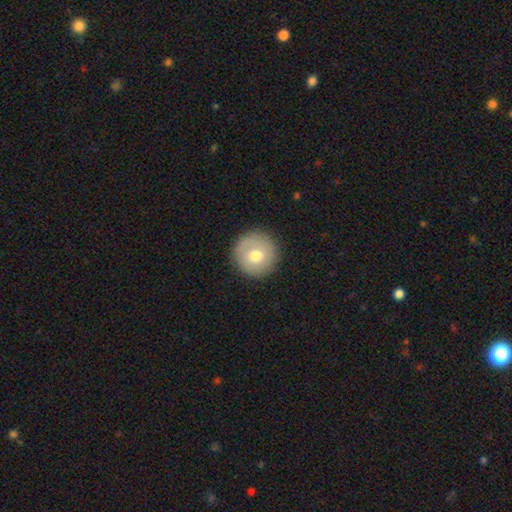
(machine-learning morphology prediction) Smooth or featured: smooth — 69% (featured or disk — 23%)
How rounded: round — 95% (in between — 4%)
Merging: none — 88% (minor disturbance — 8%)